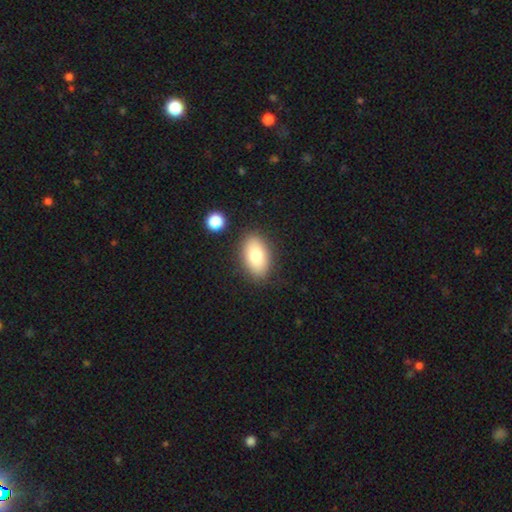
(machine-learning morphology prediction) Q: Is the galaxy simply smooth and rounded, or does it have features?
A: smooth — 80%.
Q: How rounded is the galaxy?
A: in between — 91%.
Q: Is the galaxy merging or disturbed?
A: none — 85%.